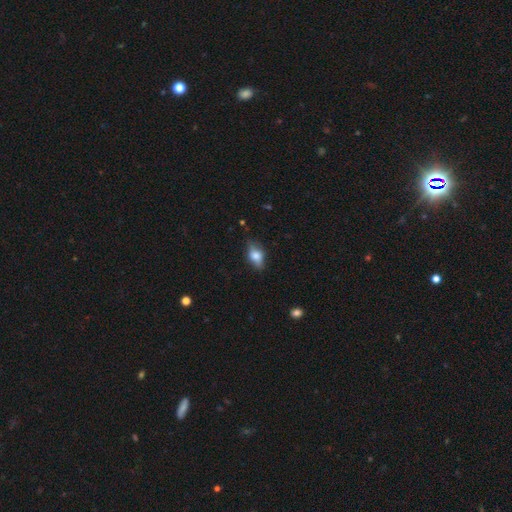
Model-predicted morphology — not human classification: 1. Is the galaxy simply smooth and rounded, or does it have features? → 60% smooth, 31% featured or disk, 9% star or artifact.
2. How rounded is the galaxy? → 79% in between, 13% round, 8% cigar-shaped.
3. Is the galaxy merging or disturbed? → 72% none, 21% minor disturbance, 5% major disturbance, 1% merger.